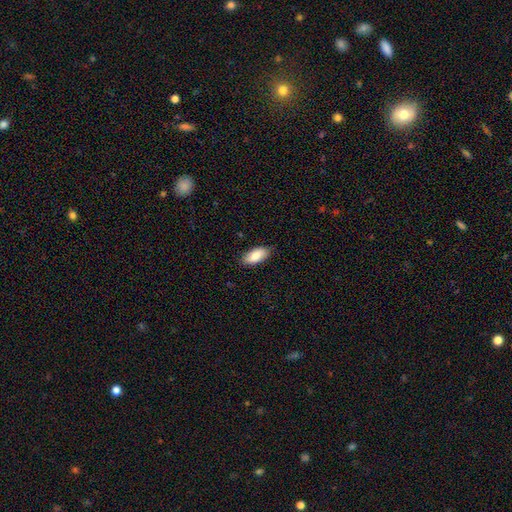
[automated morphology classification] This appears to be a smooth galaxy with no disk features (85%) that is in between round and cigar-shaped (90%). Merging: none (85%).